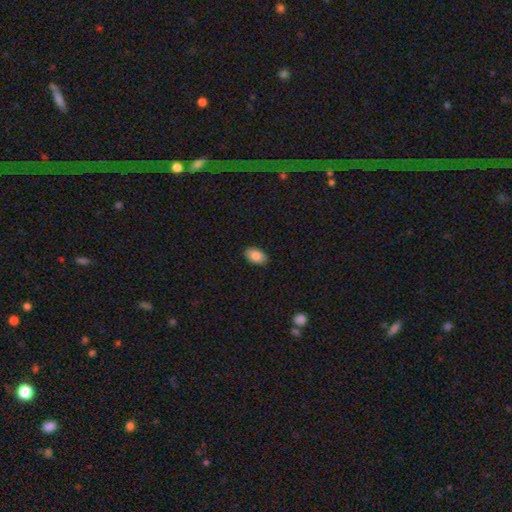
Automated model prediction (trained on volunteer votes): This is clearly a smooth galaxy (84%). How rounded: clearly in between (93%). Merging: clearly none (89%).